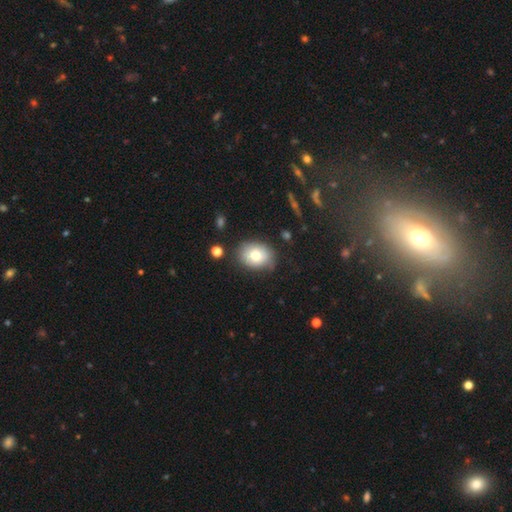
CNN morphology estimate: smooth-or-featured: smooth: 74% | featured or disk: 17% | star or artifact: 9%
  how-rounded: in between: 58% | round: 41% | cigar-shaped: 1%
  merging: none: 75% | minor disturbance: 18% | major disturbance: 4% | merger: 3%